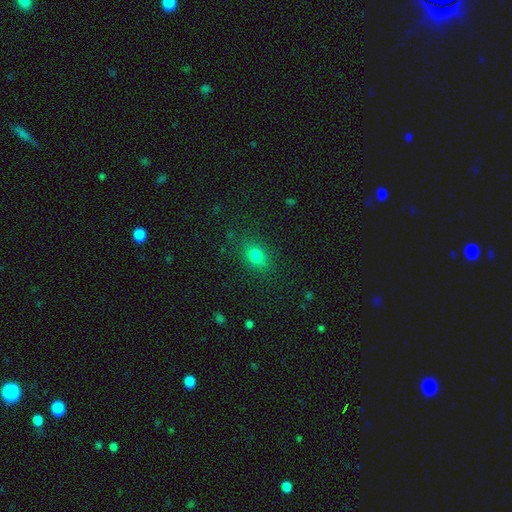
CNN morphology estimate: Smooth or featured? Predicted: smooth (p=0.79). How rounded? Predicted: in between (p=0.64). Merging? Predicted: none (p=0.83).